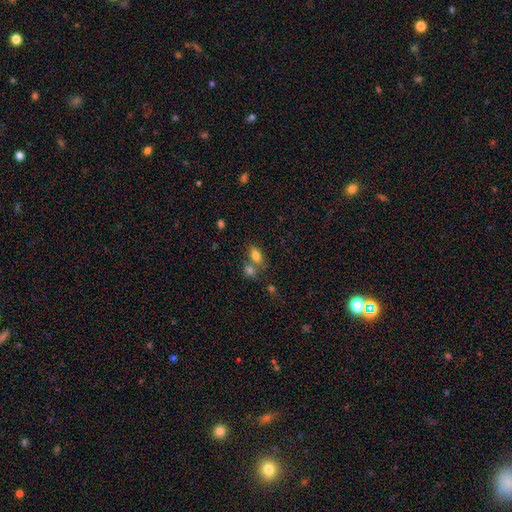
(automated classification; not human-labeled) Smooth or featured? smooth (80%)
How rounded? in between (84%)
Merging? none (47%)